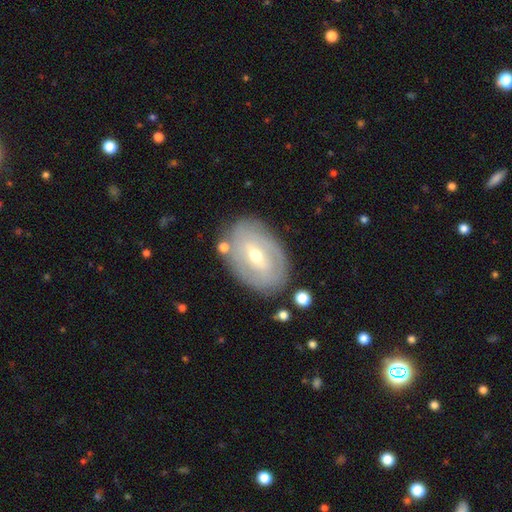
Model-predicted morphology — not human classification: This appears to be a featured or disk galaxy (71%) with a weak bar (51%), spiral arms (66%) and a moderate central bulge (55%). Merging: none (79%).